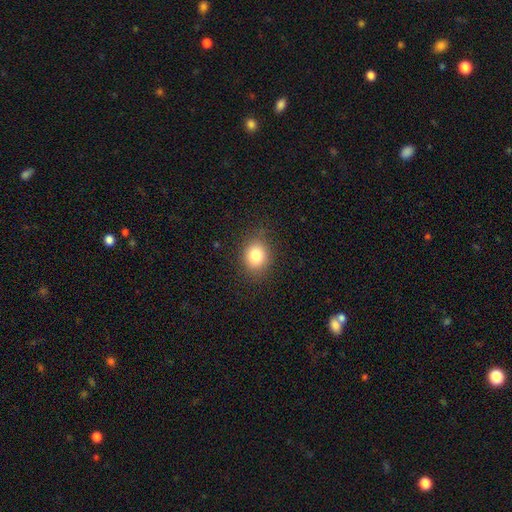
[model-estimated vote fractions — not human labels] Overall: smooth (81%). How rounded: round (60%; in between 39%). Merging: none (84%).